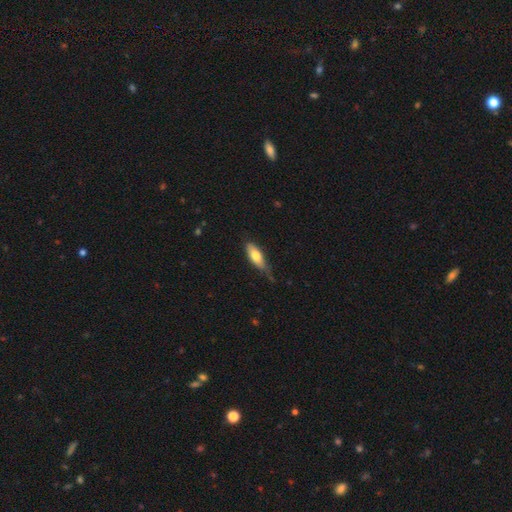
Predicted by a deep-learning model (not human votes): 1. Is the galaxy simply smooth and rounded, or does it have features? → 71% smooth, 23% featured or disk, 6% star or artifact.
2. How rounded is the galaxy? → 66% in between, 31% cigar-shaped, 2% round.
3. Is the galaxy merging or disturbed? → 54% none, 36% minor disturbance, 8% major disturbance, 2% merger.